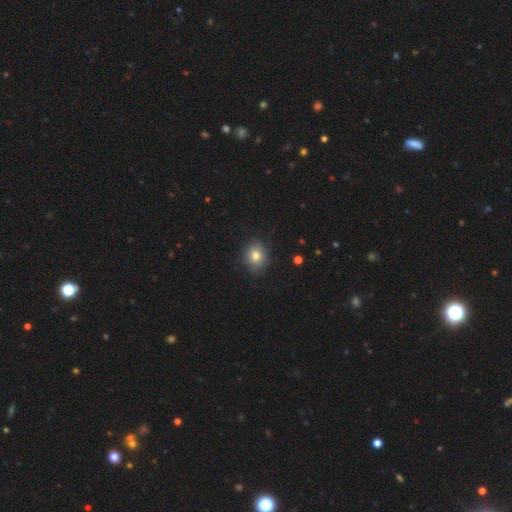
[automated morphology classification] Smooth or featured: smooth — 79% (star or artifact — 11%)
How rounded: round — 66% (in between — 33%)
Merging: none — 83% (minor disturbance — 13%)